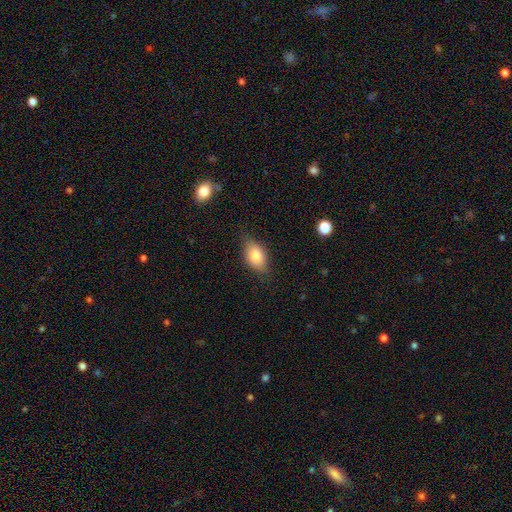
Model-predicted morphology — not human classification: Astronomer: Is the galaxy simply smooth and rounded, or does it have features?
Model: smooth — 79%.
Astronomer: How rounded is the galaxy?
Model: in between — 85%.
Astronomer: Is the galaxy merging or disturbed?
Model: none — 71%.